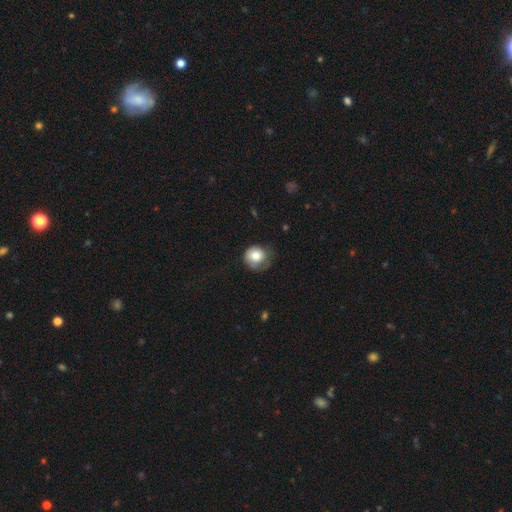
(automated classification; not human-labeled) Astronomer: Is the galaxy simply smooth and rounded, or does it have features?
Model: smooth — 79%.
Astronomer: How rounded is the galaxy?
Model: round — 81%.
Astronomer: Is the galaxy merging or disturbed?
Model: none — 52% (runner-up: minor disturbance, 32%).